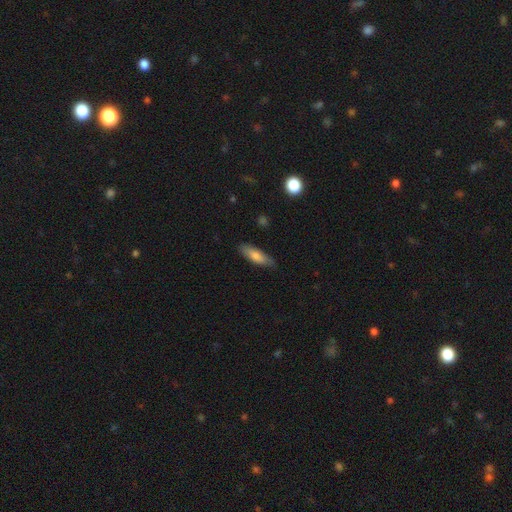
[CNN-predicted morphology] A smooth galaxy with no disk features (76%) that is in between round and cigar-shaped (50%).

Vote fractions:
- Smooth or featured? smooth: 76% / featured or disk: 18% / star or artifact: 6%
- How rounded? in between: 50% / cigar-shaped: 48% / round: 2%
- Merging? none: 82% / minor disturbance: 14% / major disturbance: 2% / merger: 1%